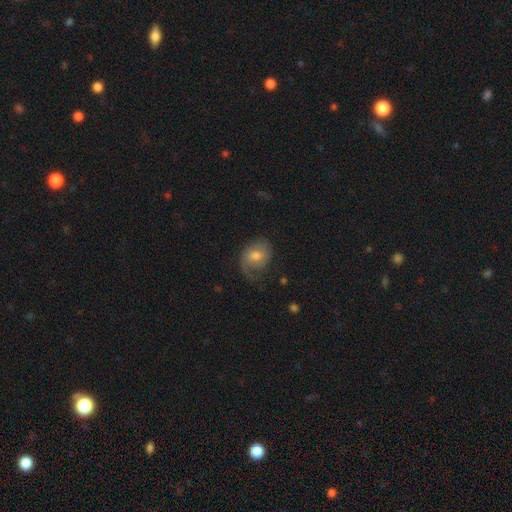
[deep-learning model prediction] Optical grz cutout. It shows a featured or disk galaxy (55%) with no bar (65%), spiral arms (84%) and a moderate central bulge (63%). Merging: none (55%).